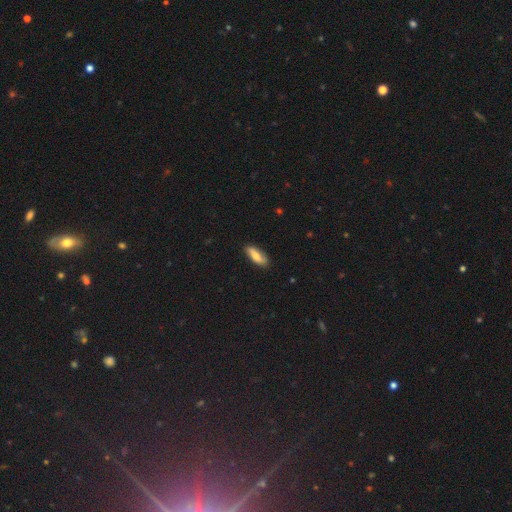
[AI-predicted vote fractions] Smooth or featured? Predicted: smooth (p=0.62). How rounded? Predicted: in between (p=0.65). Merging? Predicted: none (p=0.84).